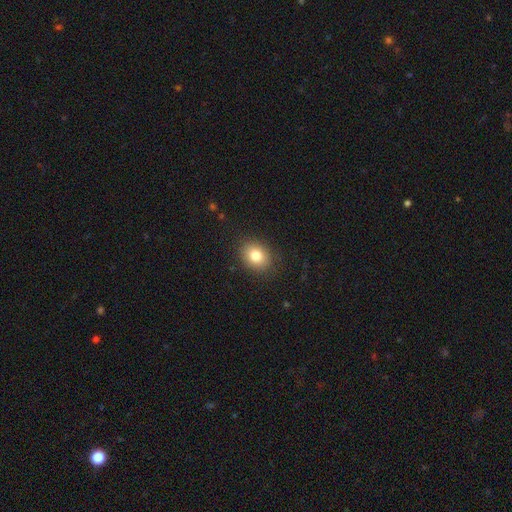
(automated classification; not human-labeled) This appears to be a smooth galaxy with no disk features (81%) that is in between round and cigar-shaped (51%). Merging: none (87%).